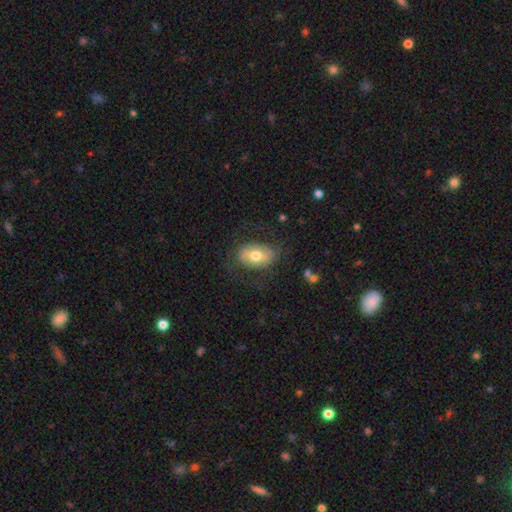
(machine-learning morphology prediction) Q: Smooth or featured?
A: smooth (53%); runner-up: featured or disk (41%)
Q: How rounded?
A: in between (84%); runner-up: round (15%)
Q: Merging?
A: none (69%); runner-up: minor disturbance (17%)